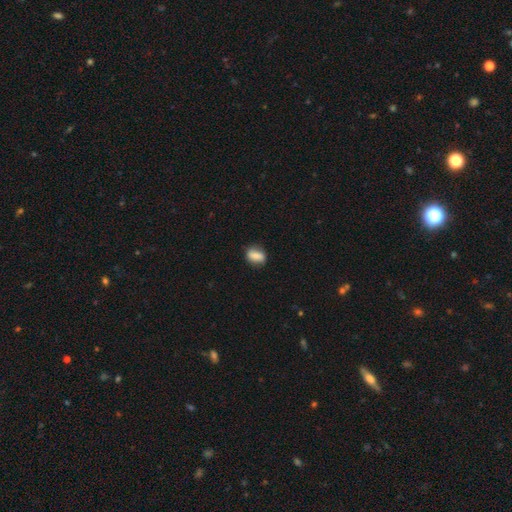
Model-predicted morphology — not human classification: Smooth or featured? smooth (79%)
How rounded? in between (74%)
Merging? none (80%)